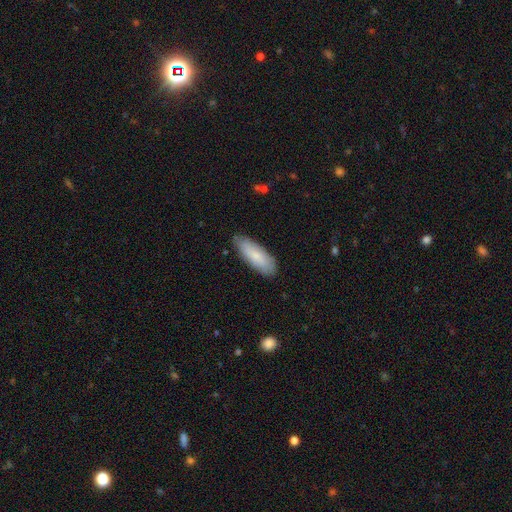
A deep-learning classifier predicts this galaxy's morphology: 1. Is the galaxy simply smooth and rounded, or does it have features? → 78% smooth, 17% featured or disk, 6% star or artifact.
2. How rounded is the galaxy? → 63% in between, 36% cigar-shaped, 2% round.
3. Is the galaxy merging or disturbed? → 83% none, 13% minor disturbance, 2% major disturbance, 1% merger.